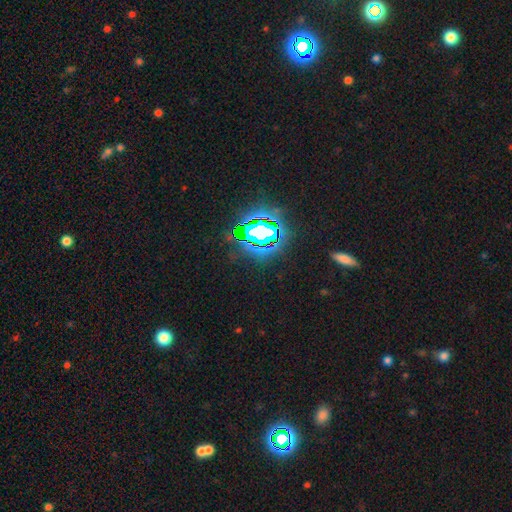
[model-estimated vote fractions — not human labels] Smooth or featured: star or artifact — 78% (smooth — 14%)